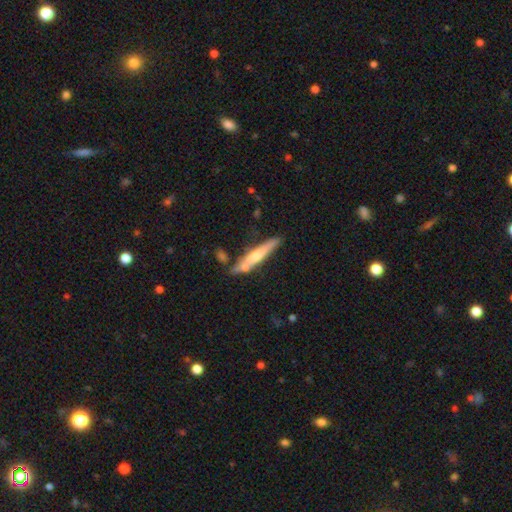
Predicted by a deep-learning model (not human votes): smooth-or-featured: smooth: 51% | featured or disk: 44% | star or artifact: 6%
  how-rounded: cigar-shaped: 90% | in between: 8% | round: 1%
  merging: none: 68% | minor disturbance: 17% | merger: 12% | major disturbance: 4%